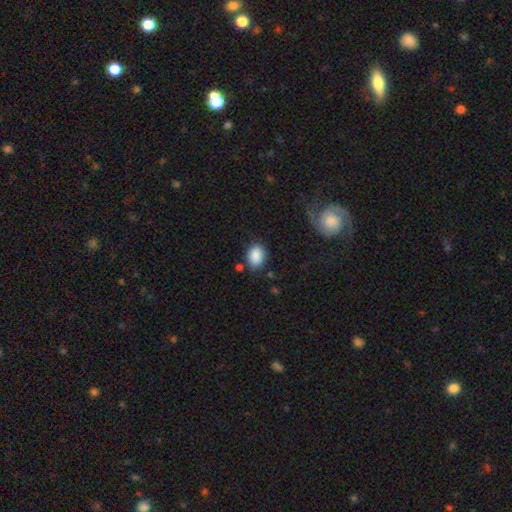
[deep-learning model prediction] Smooth or featured? Predicted: smooth (p=0.88). How rounded? Predicted: in between (p=0.68). Merging? Predicted: none (p=0.77).